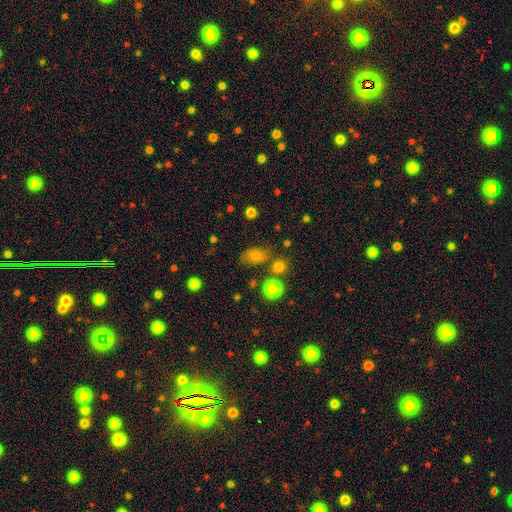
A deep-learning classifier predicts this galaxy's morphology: A smooth galaxy with no disk features (74%) that is in between round and cigar-shaped (81%).

Vote fractions:
- Smooth or featured? smooth: 74% / star or artifact: 14% / featured or disk: 12%
- How rounded? in between: 81% / round: 17% / cigar-shaped: 2%
- Merging? none: 66% / minor disturbance: 19% / merger: 8% / major disturbance: 7%